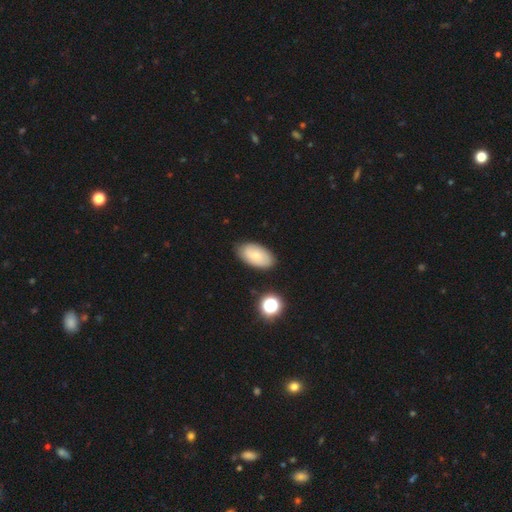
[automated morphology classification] This appears to be a smooth galaxy with no disk features (71%) that is in between round and cigar-shaped (94%). Merging: none (83%).